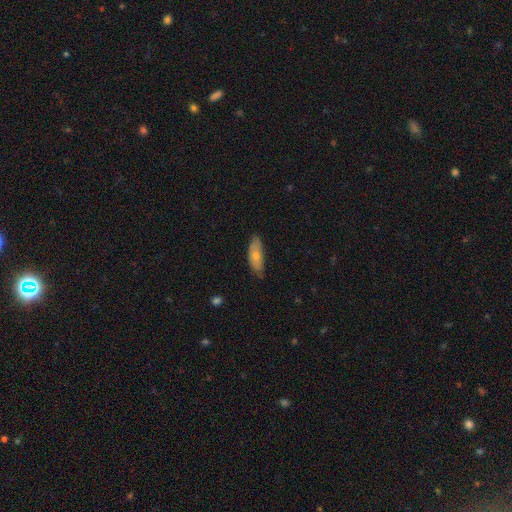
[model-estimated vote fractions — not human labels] smooth-or-featured: smooth: 67% | featured or disk: 27% | star or artifact: 6%
  how-rounded: in between: 70% | cigar-shaped: 28% | round: 2%
  merging: none: 68% | minor disturbance: 26% | major disturbance: 4% | merger: 2%